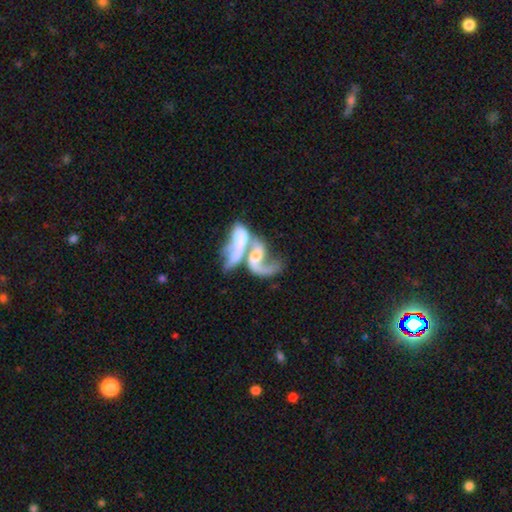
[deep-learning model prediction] Smooth or featured? Predicted: featured or disk (p=0.71). Edge-on disk? Predicted: no (p=0.95). Bar? Predicted: no (p=0.55). Spiral arms? Predicted: yes (p=0.76). Spiral winding? Predicted: loose (p=0.77). Spiral arm count? Predicted: 2 (p=0.53). Bulge size? Predicted: moderate (p=0.38). Merging? Predicted: merger (p=0.75).